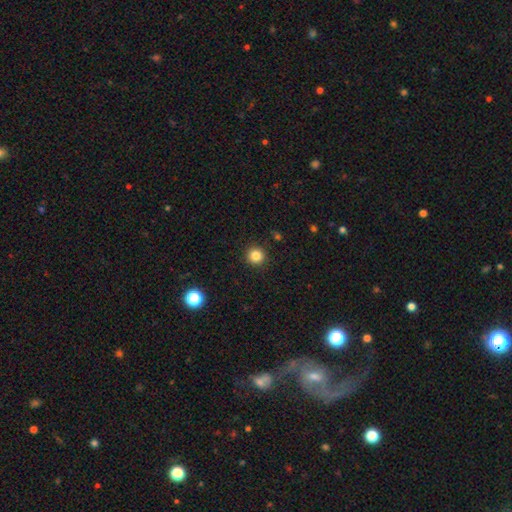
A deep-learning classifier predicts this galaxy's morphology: Q: Smooth or featured?
A: smooth (83%); runner-up: star or artifact (12%)
Q: How rounded?
A: round (94%); runner-up: in between (5%)
Q: Merging?
A: none (92%); runner-up: minor disturbance (5%)